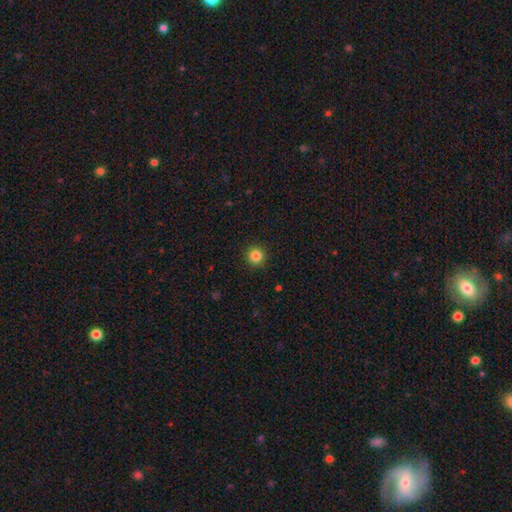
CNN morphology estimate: Smooth or featured?
  - smooth: 84% *
  - star or artifact: 12%
  - featured or disk: 4%
How rounded?
  - round: 95% *
  - in between: 4%
  - cigar-shaped: 1%
Merging?
  - none: 92% *
  - minor disturbance: 5%
  - major disturbance: 2%
  - merger: 1%